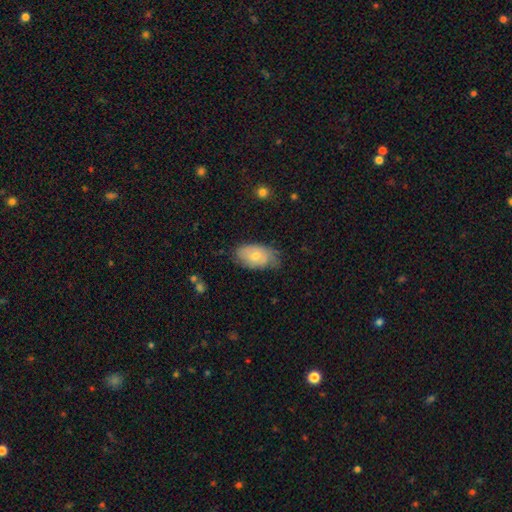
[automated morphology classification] A smooth galaxy with no disk features (65%) that is in between round and cigar-shaped (92%).

Vote fractions:
- Smooth or featured? smooth: 65% / featured or disk: 29% / star or artifact: 7%
- How rounded? in between: 92% / round: 6% / cigar-shaped: 2%
- Merging? none: 60% / minor disturbance: 32% / major disturbance: 7% / merger: 2%